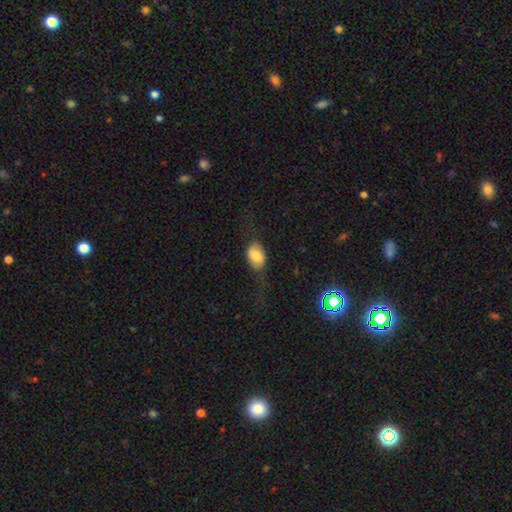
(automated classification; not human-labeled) This is likely a smooth galaxy (72%). How rounded: clearly in between (82%). Merging: possibly none (53%).